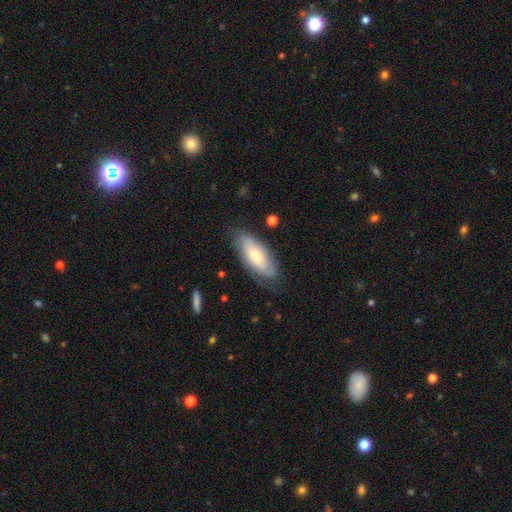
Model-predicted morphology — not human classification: Smooth or featured? smooth (53%)
How rounded? in between (81%)
Merging? none (70%)